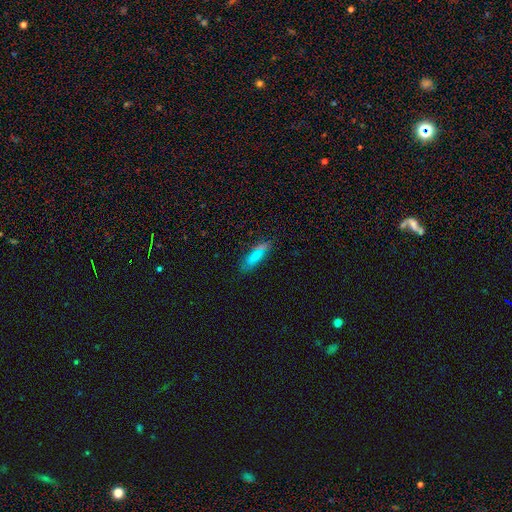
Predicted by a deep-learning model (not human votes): A smooth galaxy with no disk features (66%) that is cigar-shaped (54%). Merging: none (68%).